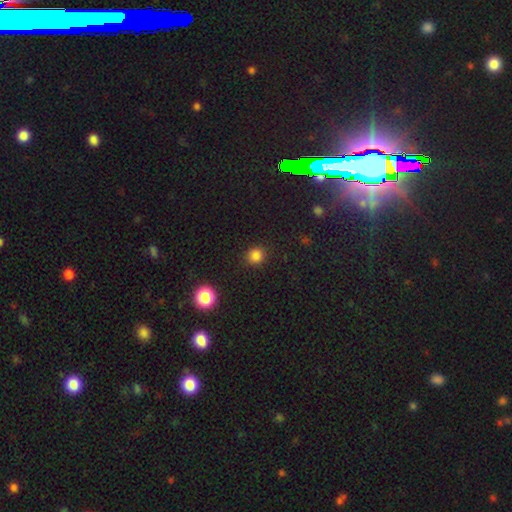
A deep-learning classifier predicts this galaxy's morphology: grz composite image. It shows a smooth galaxy with no disk features (83%) that is round (88%). Merging: none (90%).